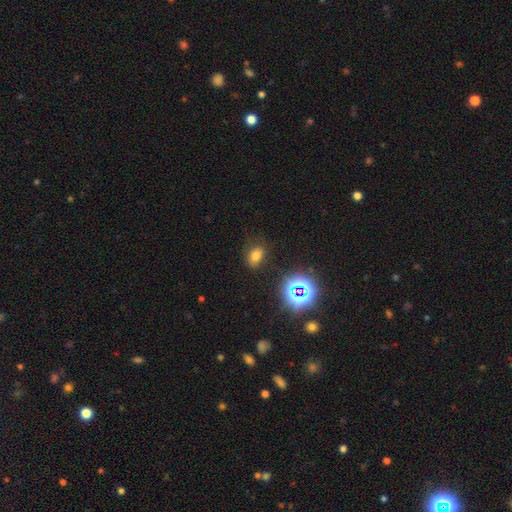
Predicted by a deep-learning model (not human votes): smooth_or_featured: smooth (p=0.67) [alt: star or artifact p=0.23]
how_rounded: in between (p=0.73) [alt: round p=0.26]
merging: none (p=0.81) [alt: minor disturbance p=0.13]